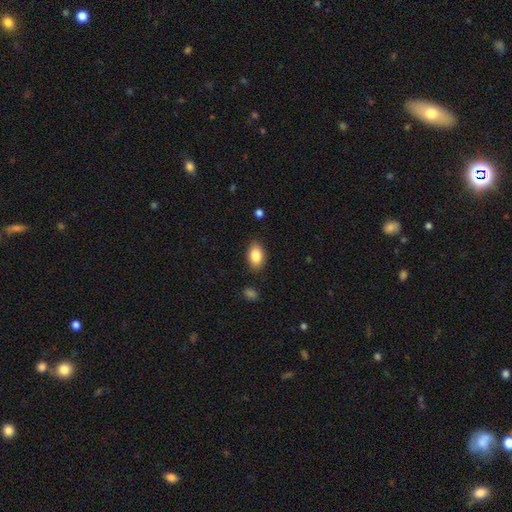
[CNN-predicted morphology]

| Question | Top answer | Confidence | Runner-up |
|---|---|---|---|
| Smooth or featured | smooth | 85% | featured or disk (8%) |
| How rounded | in between | 88% | round (11%) |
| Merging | none | 86% | minor disturbance (10%) |